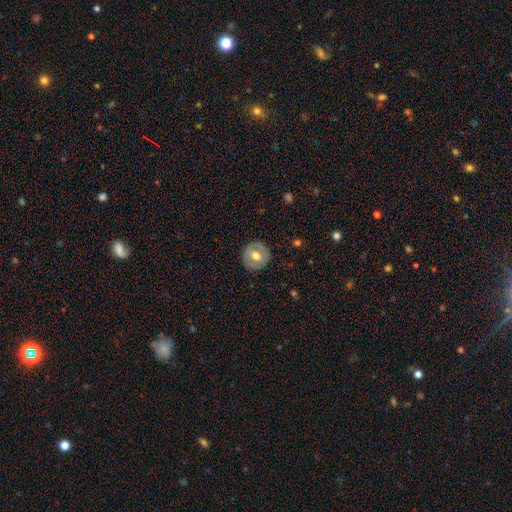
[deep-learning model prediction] Smooth or featured: smooth — 49% (featured or disk — 44%)
Merging: none — 86% (minor disturbance — 10%)